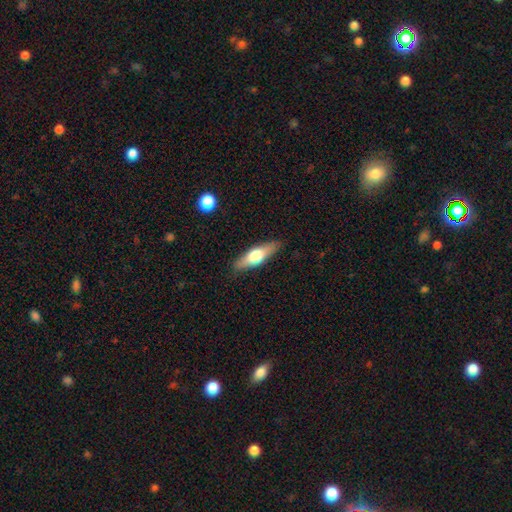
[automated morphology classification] Smooth or featured? smooth (53%)
How rounded? cigar-shaped (49%)
Merging? none (87%)